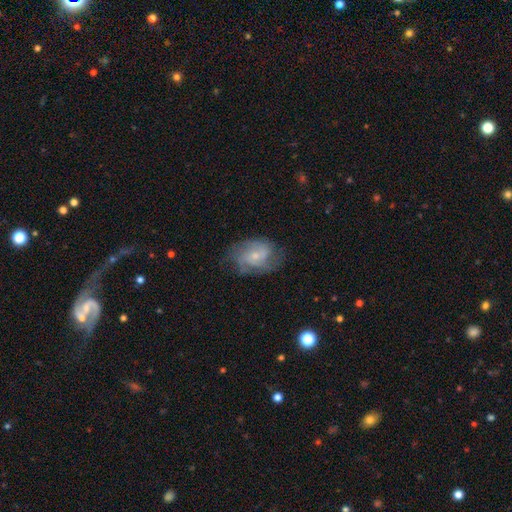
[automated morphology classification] smooth_or_featured: featured or disk (p=0.68) [alt: smooth p=0.25]
disk_edge_on: no (p=0.97) [alt: yes p=0.03]
bar: no (p=0.62) [alt: weak p=0.33]
has_spiral_arms: yes (p=0.87) [alt: no p=0.13]
spiral_winding: medium (p=0.45) [alt: tight p=0.36]
spiral_arm_count: 2 (p=0.41) [alt: can't tell p=0.31]
bulge_size: small (p=0.65) [alt: moderate p=0.29]
merging: none (p=0.62) [alt: minor disturbance p=0.24]